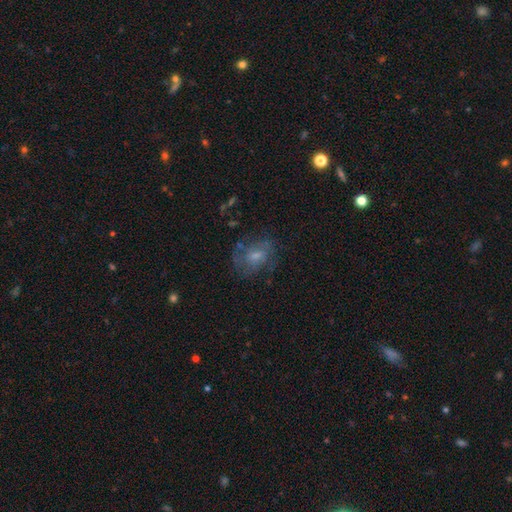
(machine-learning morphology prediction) smooth-or-featured: featured or disk: 58% | smooth: 27% | star or artifact: 16%
  disk-edge-on: no: 96% | yes: 4%
    bar: no: 63% | weak: 32% | strong: 5%
    has-spiral-arms: yes: 76% | no: 24%
    bulge-size: small: 45% | moderate: 43% | none: 6% | large: 5% | dominant: 1%
  merging: none: 68% | minor disturbance: 18% | major disturbance: 12% | merger: 2%